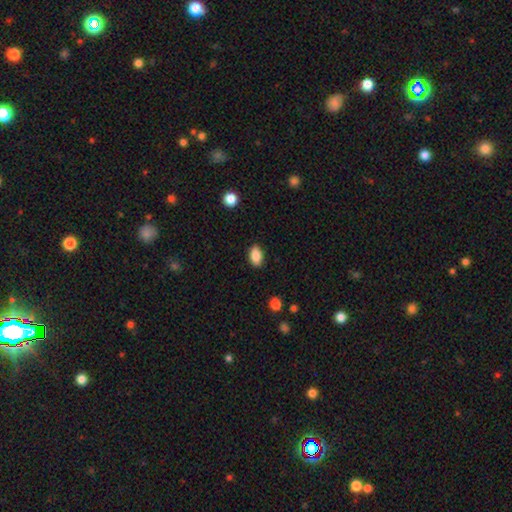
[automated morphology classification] A smooth galaxy with no disk features (87%) that is in between round and cigar-shaped (90%).

Vote fractions:
- Smooth or featured? smooth: 87% / star or artifact: 8% / featured or disk: 5%
- How rounded? in between: 90% / round: 7% / cigar-shaped: 3%
- Merging? none: 87% / minor disturbance: 10% / major disturbance: 2% / merger: 1%